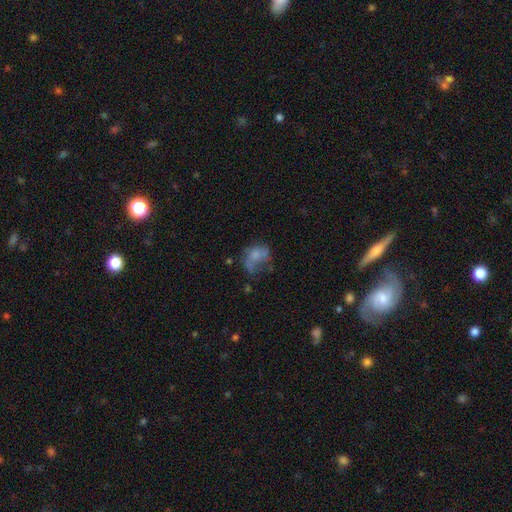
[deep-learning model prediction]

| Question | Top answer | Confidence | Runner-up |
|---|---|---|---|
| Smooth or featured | smooth | 50% | featured or disk (38%) |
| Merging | major disturbance | 36% | none (31%) |